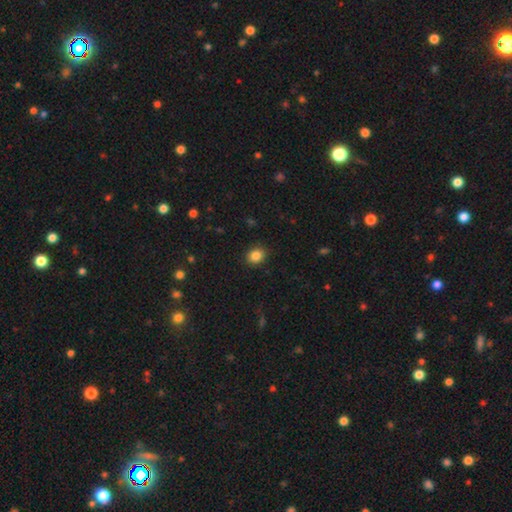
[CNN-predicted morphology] This appears to be a smooth galaxy with no disk features (86%) that is round (56%). Merging: none (88%).